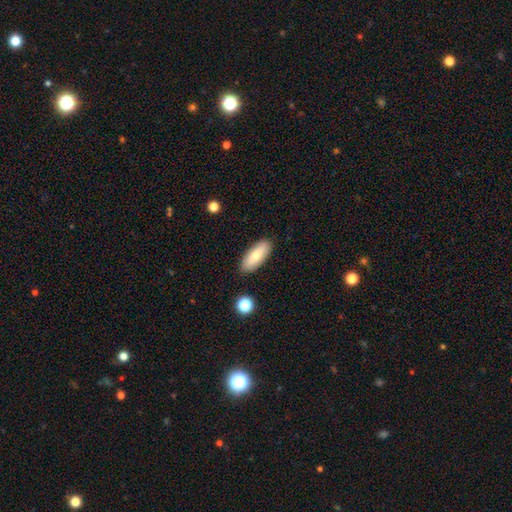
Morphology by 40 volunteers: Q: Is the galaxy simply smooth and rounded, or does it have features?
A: smooth — 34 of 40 (85%).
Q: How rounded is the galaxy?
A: in between — 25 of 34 (74%).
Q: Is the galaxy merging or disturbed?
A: none — 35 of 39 (90%).